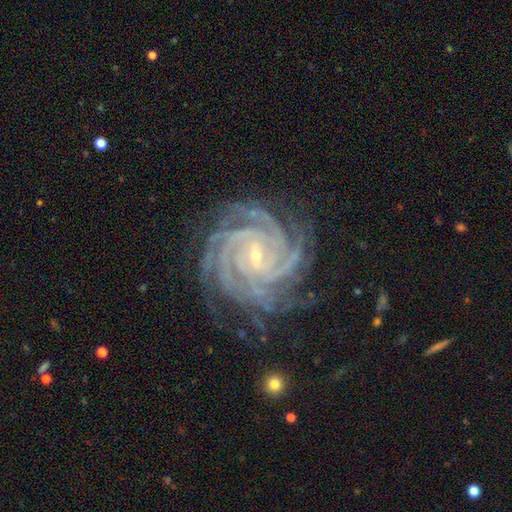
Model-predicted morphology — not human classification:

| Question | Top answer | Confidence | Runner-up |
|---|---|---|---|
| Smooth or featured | featured or disk | 93% | star or artifact (5%) |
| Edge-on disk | no | 98% | yes (2%) |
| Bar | weak | 45% | strong (31%) |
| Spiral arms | yes | 99% | no (1%) |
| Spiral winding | tight | 84% | medium (14%) |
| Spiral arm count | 4 | 34% | more than 4 (30%) |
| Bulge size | small | 78% | moderate (19%) |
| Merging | none | 81% | minor disturbance (13%) |